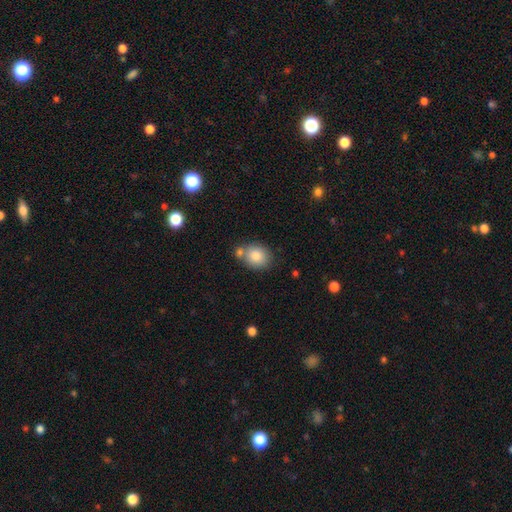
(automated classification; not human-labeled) Q: Smooth or featured?
A: smooth (83%); runner-up: featured or disk (9%)
Q: How rounded?
A: round (58%); runner-up: in between (41%)
Q: Merging?
A: none (60%); runner-up: merger (23%)